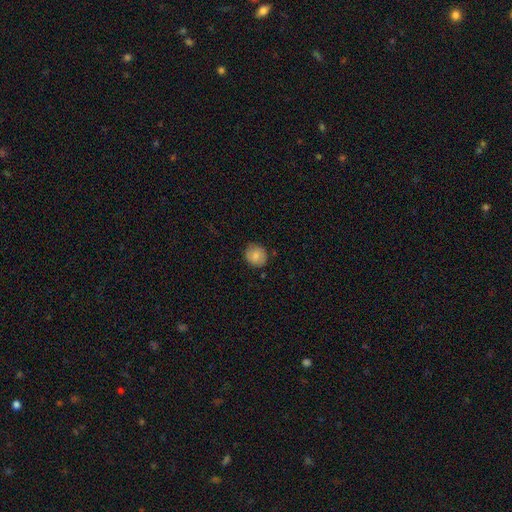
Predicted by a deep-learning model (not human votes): smooth 78%, featured or disk 14%, star or artifact 8%. Down the decision tree: how rounded — round (86%); merging — none (83%).